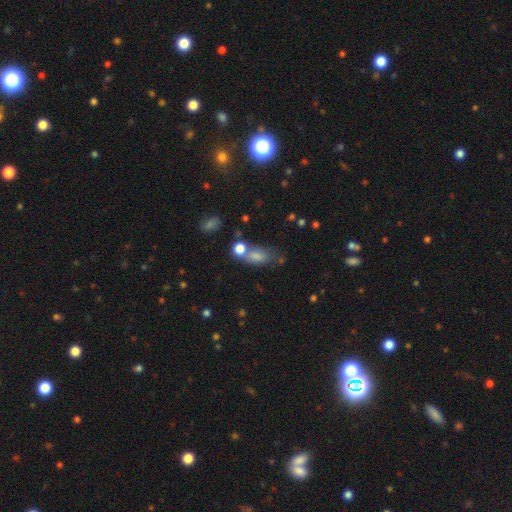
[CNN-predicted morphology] Smooth or featured? smooth (76%)
How rounded? in between (78%)
Merging? none (42%)